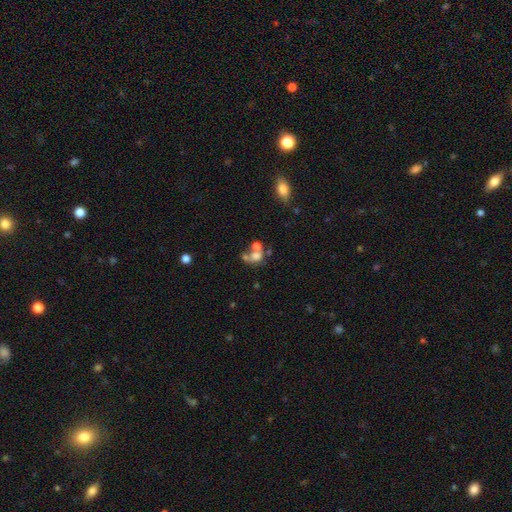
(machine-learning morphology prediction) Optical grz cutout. It shows a smooth galaxy with no disk features (64%) that is round (49%, tied with in between). Merging: merger (52%).